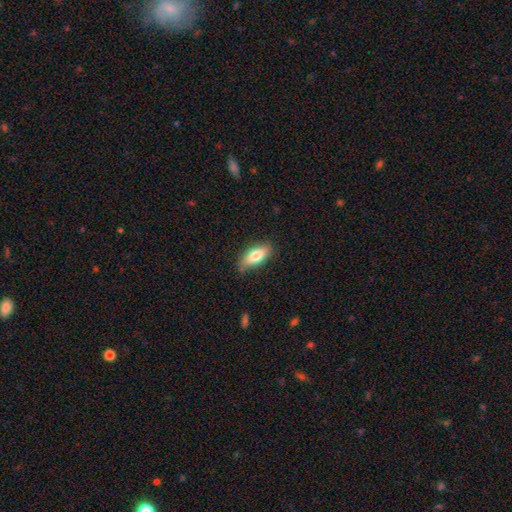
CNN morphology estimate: type=smooth (77%); roundness=in between (78%); merging=none (83%).